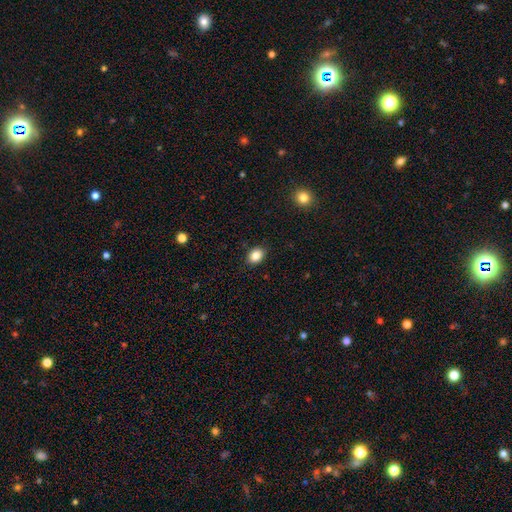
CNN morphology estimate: The model was most divided on "how rounded": in between: 68%, round: 31%, cigar-shaped: 1%. More confident: merging — none (89%); smooth or featured — smooth (85%).